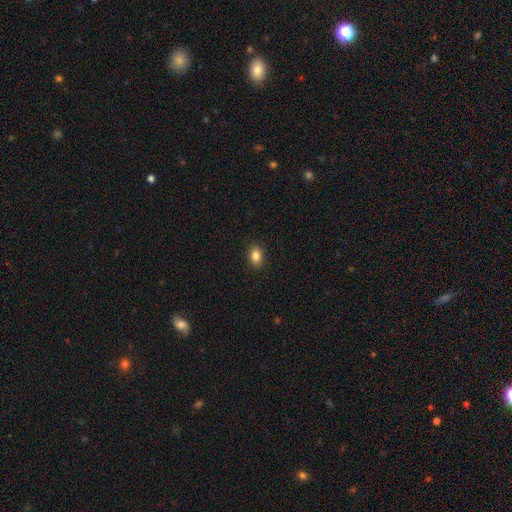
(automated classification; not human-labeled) The model was most divided on "how rounded": in between: 77%, round: 22%, cigar-shaped: 1%. More confident: merging — none (90%); smooth or featured — smooth (85%).